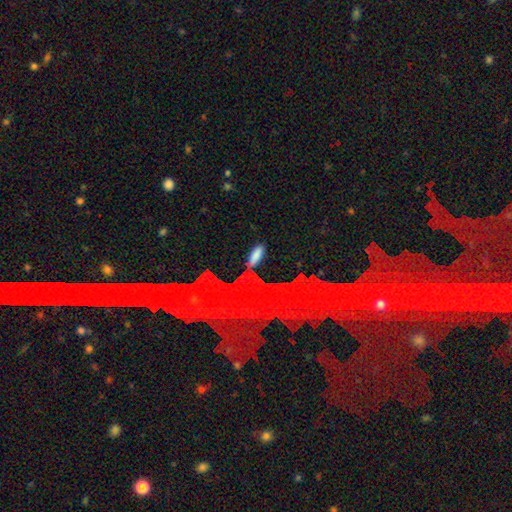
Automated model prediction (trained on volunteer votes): Smooth or featured: smooth — 76% (featured or disk — 14%)
How rounded: in between — 53% (cigar-shaped — 44%)
Merging: none — 76% (minor disturbance — 15%)